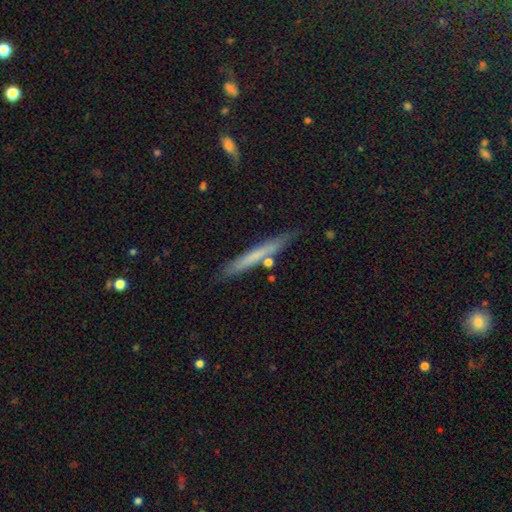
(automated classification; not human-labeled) This is possibly a smooth galaxy (59%). How rounded: clearly cigar-shaped (96%). Merging: clearly none (84%).